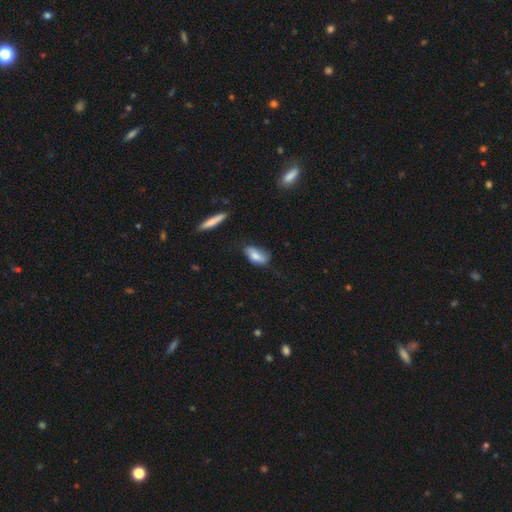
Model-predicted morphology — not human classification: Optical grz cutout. It shows a smooth galaxy with no disk features (75%) that is in between round and cigar-shaped (84%). Merging: none (58%).